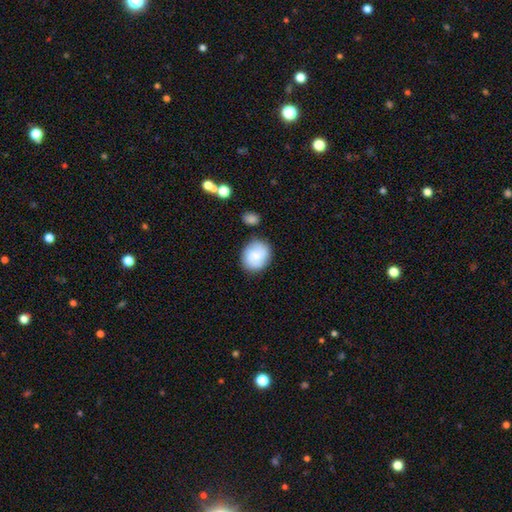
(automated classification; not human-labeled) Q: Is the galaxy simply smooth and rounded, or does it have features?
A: smooth — 73%.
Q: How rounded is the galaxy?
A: round — 75%.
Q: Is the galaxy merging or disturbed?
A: none — 78%.